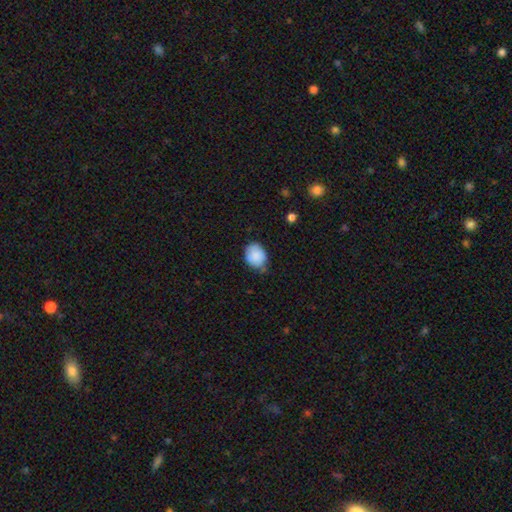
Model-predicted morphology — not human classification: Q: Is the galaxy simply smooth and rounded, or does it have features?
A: smooth — 86%.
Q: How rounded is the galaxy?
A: round — 53%.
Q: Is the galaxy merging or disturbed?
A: none — 61%.